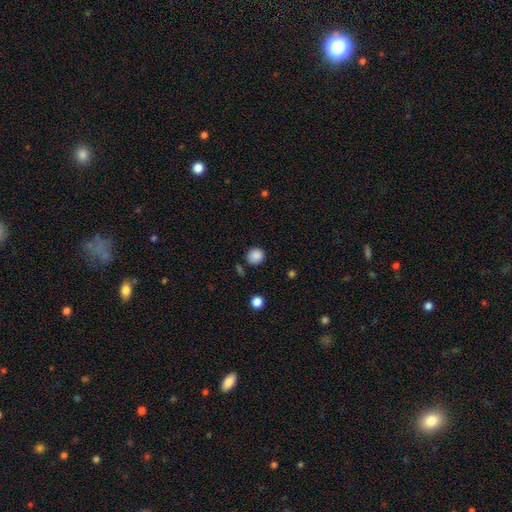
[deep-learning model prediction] Q: Smooth or featured?
A: smooth (87%); runner-up: star or artifact (10%)
Q: How rounded?
A: round (88%); runner-up: in between (12%)
Q: Merging?
A: none (83%); runner-up: minor disturbance (11%)